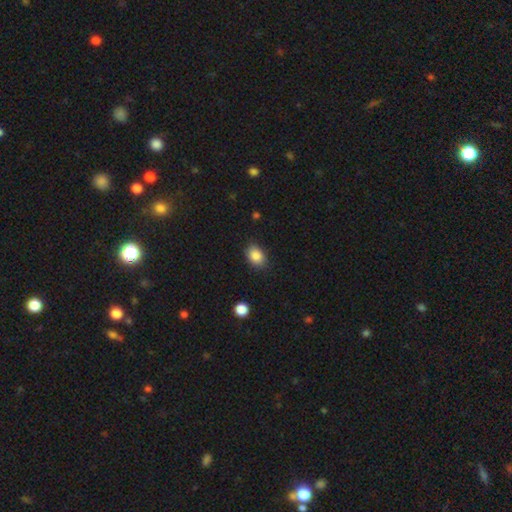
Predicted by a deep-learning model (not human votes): Smooth or featured: smooth — 87% (star or artifact — 9%)
How rounded: in between — 74% (round — 25%)
Merging: none — 84% (minor disturbance — 12%)